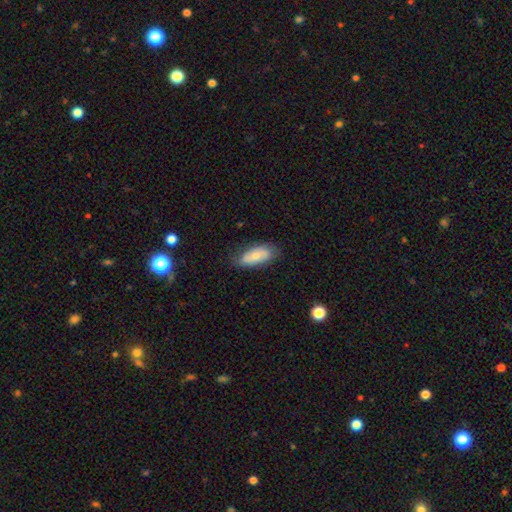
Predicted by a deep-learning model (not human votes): A smooth galaxy with no disk features (60%) that is in between round and cigar-shaped (83%).

Vote fractions:
- Smooth or featured? smooth: 60% / featured or disk: 34% / star or artifact: 6%
- How rounded? in between: 83% / cigar-shaped: 14% / round: 3%
- Merging? none: 75% / minor disturbance: 20% / major disturbance: 4% / merger: 1%